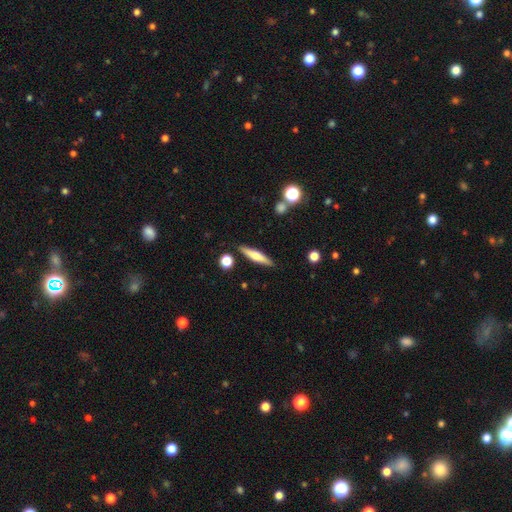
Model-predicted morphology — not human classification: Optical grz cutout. It shows a smooth galaxy with no disk features (52%) that is cigar-shaped (83%). Merging: none (87%).